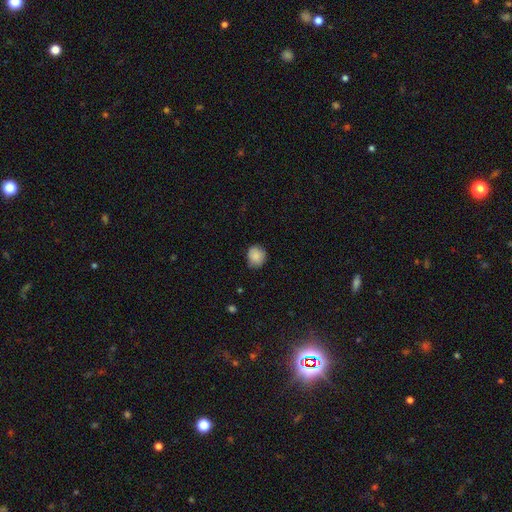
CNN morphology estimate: Overall: smooth (87%). How rounded: round (77%). Merging: none (77%).